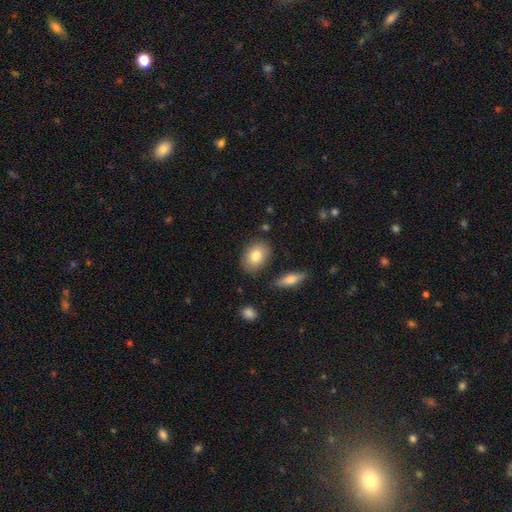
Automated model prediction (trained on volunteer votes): Overall: smooth (79%). How rounded: in between (77%). Merging: none (82%).